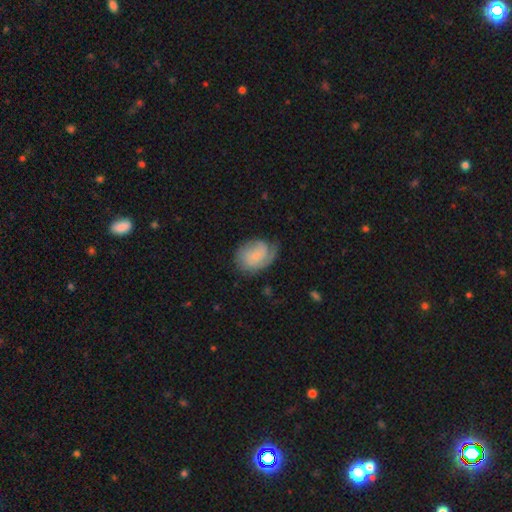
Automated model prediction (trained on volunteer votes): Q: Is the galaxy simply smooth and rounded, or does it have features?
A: featured or disk — 53%.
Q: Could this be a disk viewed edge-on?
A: no — 97%.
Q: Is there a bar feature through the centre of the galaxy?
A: no — 63%.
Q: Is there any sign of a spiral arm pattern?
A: yes — 88%.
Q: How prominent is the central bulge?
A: small — 62%.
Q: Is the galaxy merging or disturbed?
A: none — 55%.